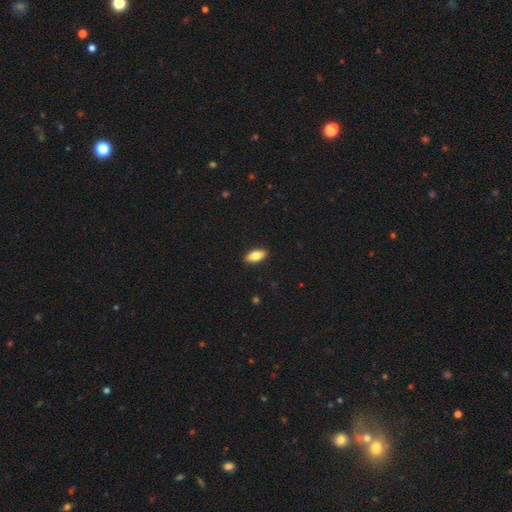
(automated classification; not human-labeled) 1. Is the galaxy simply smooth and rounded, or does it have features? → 77% smooth, 17% featured or disk, 7% star or artifact.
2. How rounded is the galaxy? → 87% in between, 10% cigar-shaped, 3% round.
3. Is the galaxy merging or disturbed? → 91% none, 7% minor disturbance, 2% major disturbance, 1% merger.